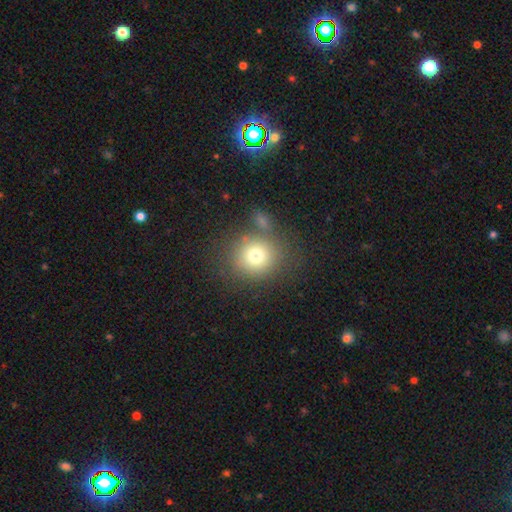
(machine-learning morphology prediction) Smooth or featured?
  - smooth: 74% *
  - star or artifact: 14%
  - featured or disk: 12%
How rounded?
  - round: 87% *
  - in between: 12%
  - cigar-shaped: 1%
Merging?
  - none: 73% *
  - minor disturbance: 11%
  - merger: 10%
  - major disturbance: 6%